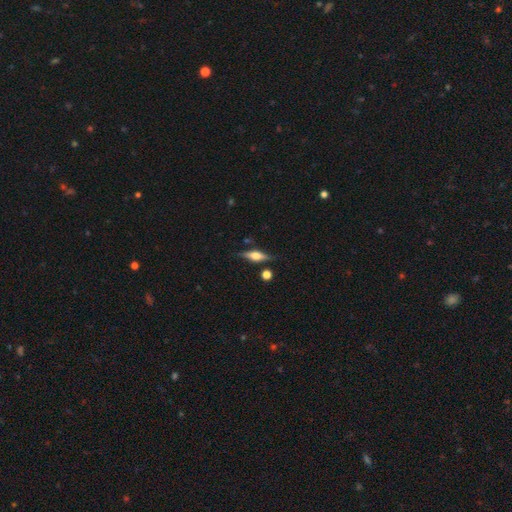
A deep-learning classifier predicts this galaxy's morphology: Q: Smooth or featured?
A: featured or disk (64%); runner-up: smooth (29%)
Q: Edge-on disk?
A: yes (95%); runner-up: no (5%)
Q: Edge-on bulge?
A: rounded (90%); runner-up: boxy (8%)
Q: Merging?
A: none (82%); runner-up: minor disturbance (12%)